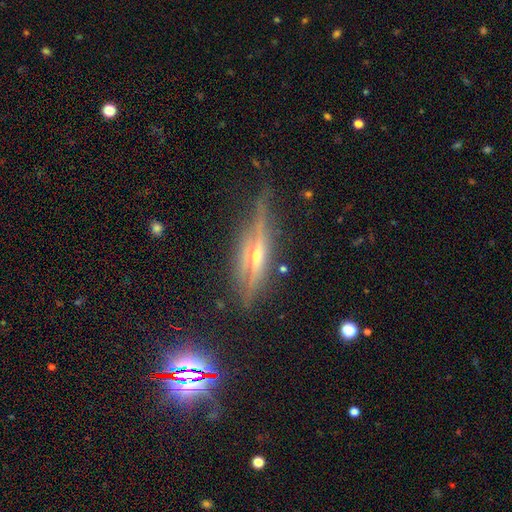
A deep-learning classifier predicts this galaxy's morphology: type=featured or disk (76%); edge-on=yes (93%); edge-on bulge=rounded (80%); merging=none (75%).